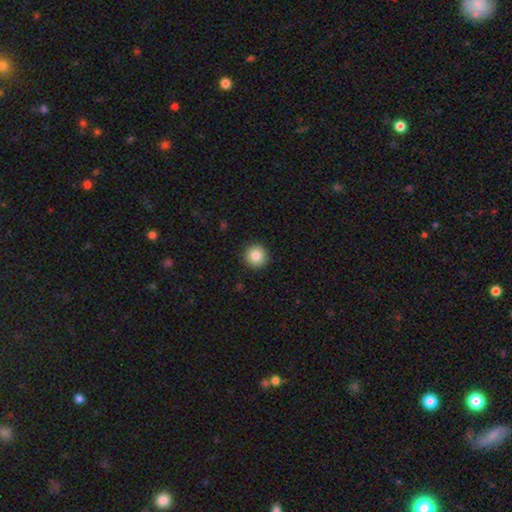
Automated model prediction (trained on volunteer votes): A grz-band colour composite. It shows a smooth galaxy with no disk features (85%) that is round (95%). Merging: none (92%).